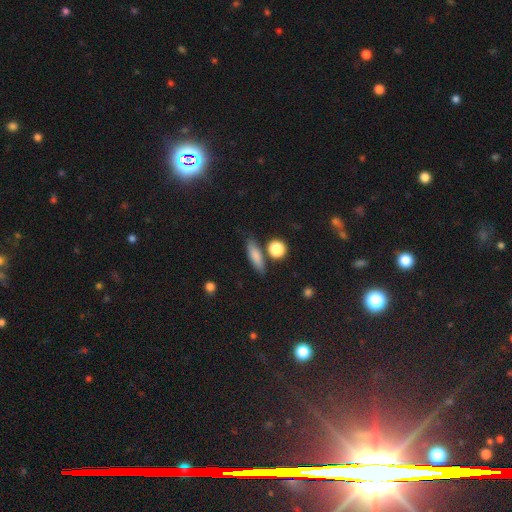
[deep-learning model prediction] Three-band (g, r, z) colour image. It shows a smooth galaxy with no disk features (80%) that is cigar-shaped (54%). Merging: none (79%).